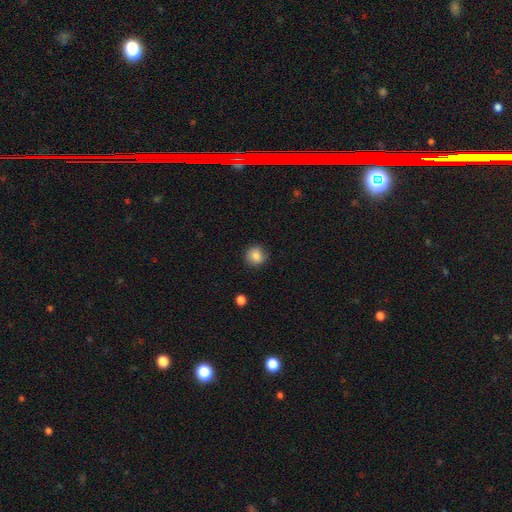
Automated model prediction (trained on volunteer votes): The model was most divided on "smooth or featured": smooth: 85%, star or artifact: 9%, featured or disk: 6%. More confident: how rounded — round (88%); merging — none (86%).